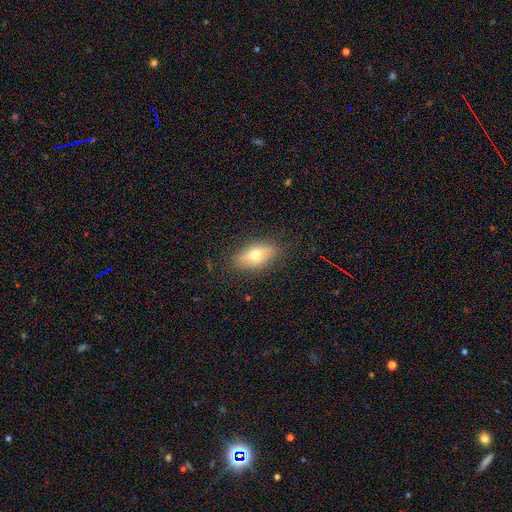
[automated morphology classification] A smooth galaxy with no disk features (51%) that is in between round and cigar-shaped (75%).

Vote fractions:
- Smooth or featured? smooth: 51% / featured or disk: 41% / star or artifact: 8%
- How rounded? in between: 75% / cigar-shaped: 19% / round: 6%
- Merging? none: 85% / minor disturbance: 11% / major disturbance: 3% / merger: 1%